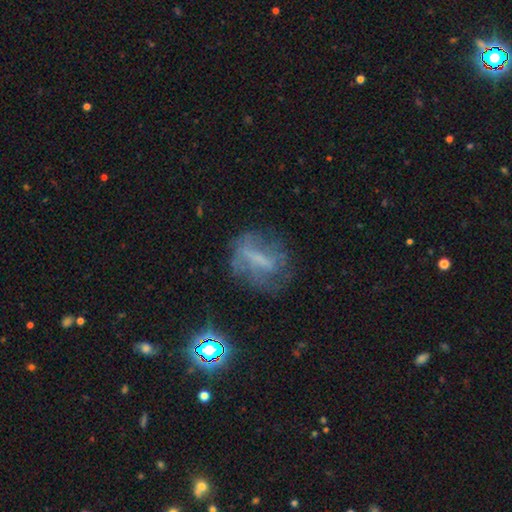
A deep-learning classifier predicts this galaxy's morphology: smooth-or-featured: featured or disk: 51% | smooth: 31% | star or artifact: 18%
  disk-edge-on: no: 90% | yes: 10%
  merging: none: 50% | major disturbance: 24% | minor disturbance: 22% | merger: 3%